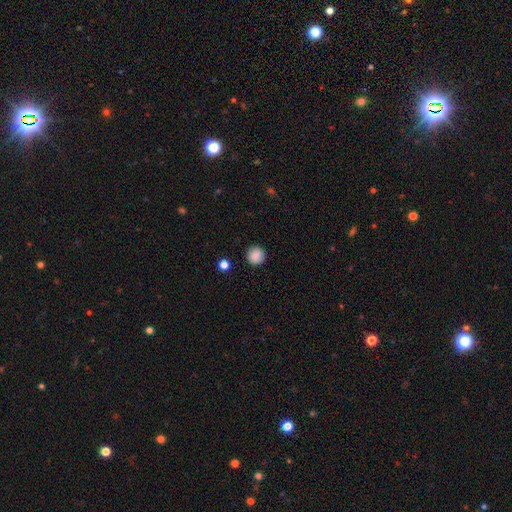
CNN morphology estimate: smooth-or-featured: smooth: 87% | star or artifact: 9% | featured or disk: 4%
  how-rounded: round: 92% | in between: 7% | cigar-shaped: 1%
  merging: none: 89% | minor disturbance: 7% | major disturbance: 2% | merger: 2%